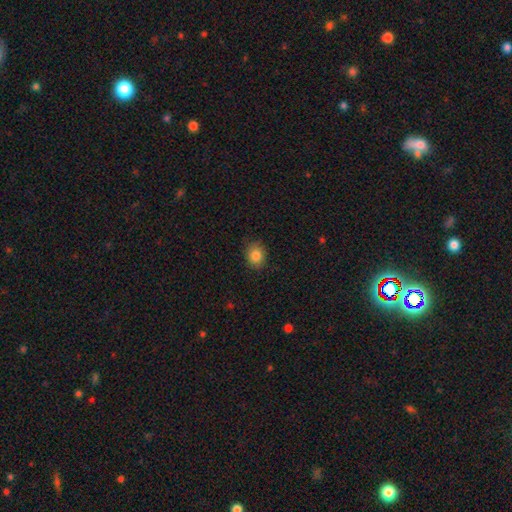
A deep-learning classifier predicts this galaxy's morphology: Smooth or featured? Predicted: smooth (p=0.84). How rounded? Predicted: round (p=0.50). Merging? Predicted: none (p=0.86).